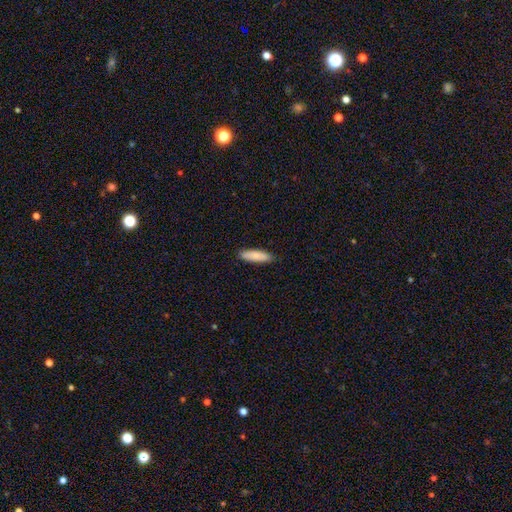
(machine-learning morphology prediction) Smooth or featured? Predicted: smooth (p=0.86). How rounded? Predicted: cigar-shaped (p=0.63). Merging? Predicted: none (p=0.90).